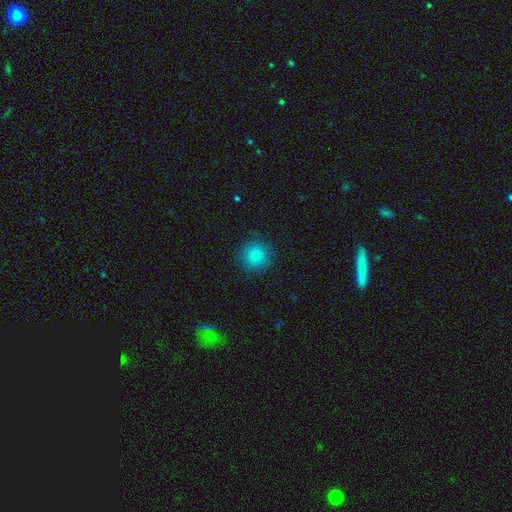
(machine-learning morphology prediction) A smooth galaxy with no disk features (86%) that is round (94%). Merging: none (88%).